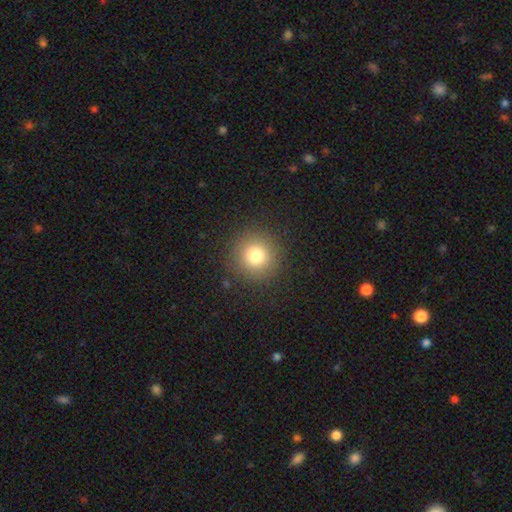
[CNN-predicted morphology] The model was most divided on "smooth or featured": smooth: 78%, star or artifact: 14%, featured or disk: 8%. More confident: how rounded — round (95%); merging — none (90%).